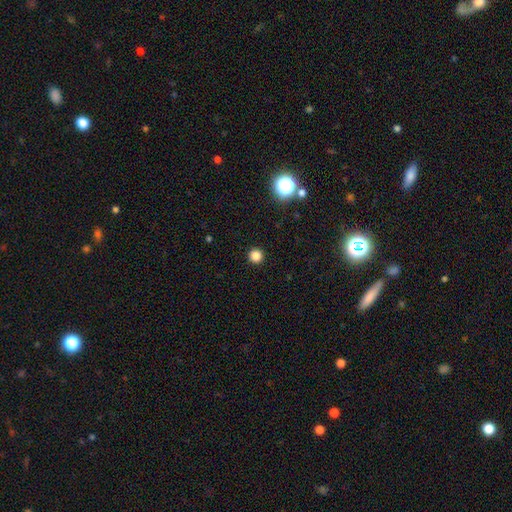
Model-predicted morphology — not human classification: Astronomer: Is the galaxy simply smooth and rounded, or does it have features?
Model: smooth — 83%.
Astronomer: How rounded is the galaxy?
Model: round — 96%.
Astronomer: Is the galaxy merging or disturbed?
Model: none — 93%.